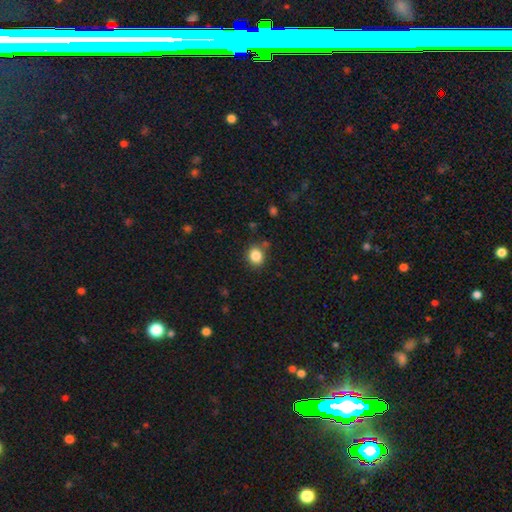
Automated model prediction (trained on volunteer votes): A smooth galaxy with no disk features (85%) that is round (68%). Merging: none (82%).